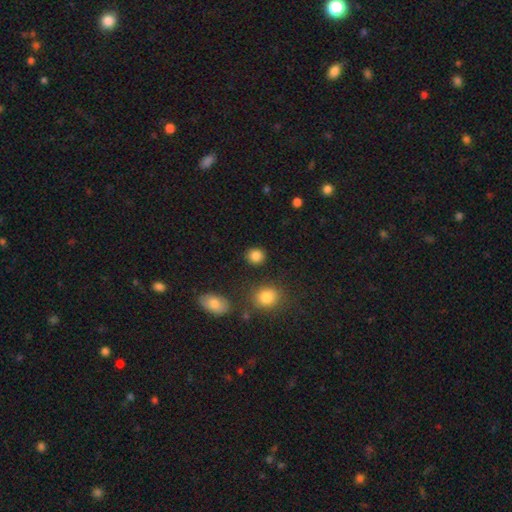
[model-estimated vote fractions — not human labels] This is clearly a smooth galaxy (85%). How rounded: clearly round (83%). Merging: clearly none (88%).